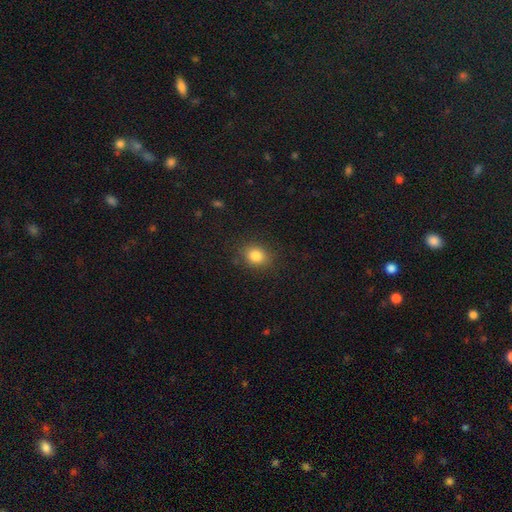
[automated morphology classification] Q: Smooth or featured?
A: smooth (84%); runner-up: star or artifact (11%)
Q: How rounded?
A: round (53%); runner-up: in between (46%)
Q: Merging?
A: none (85%); runner-up: minor disturbance (10%)